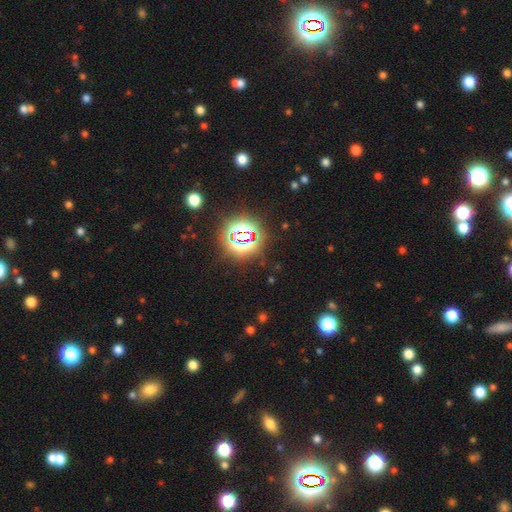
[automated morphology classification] A star or artifact, not a galaxy (80%).

Vote fractions:
- Smooth or featured? star or artifact: 80% / smooth: 14% / featured or disk: 6%